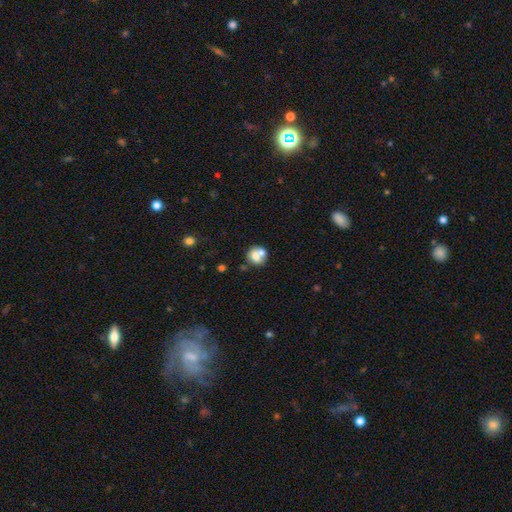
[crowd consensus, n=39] Overall: smooth (79%). How rounded: round (84%). Merging: merger (47%; none 45%).